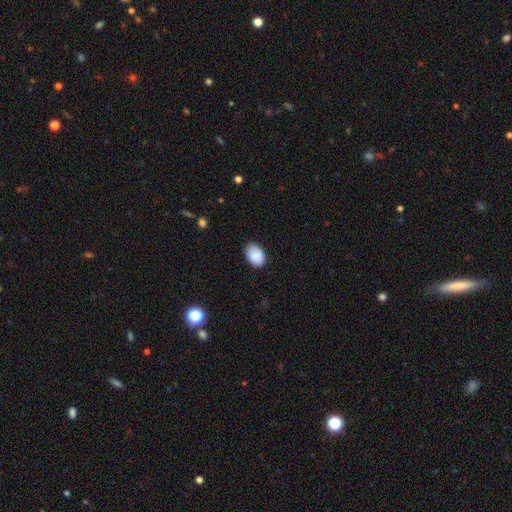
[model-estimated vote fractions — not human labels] Morphology: type=smooth (87%); roundness=in between (85%); merging=none (79%).